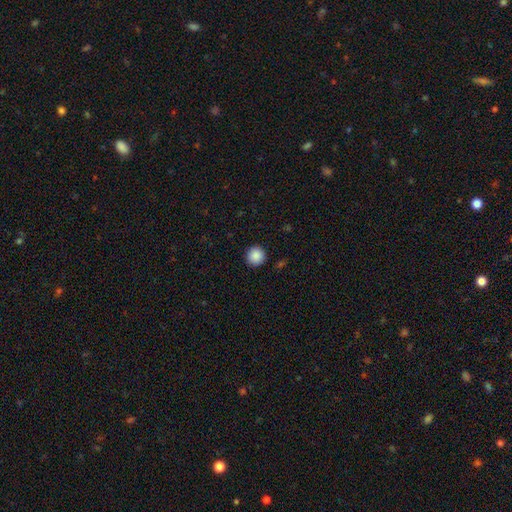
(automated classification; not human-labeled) A smooth galaxy with no disk features (89%) that is round (95%). Merging: none (92%).